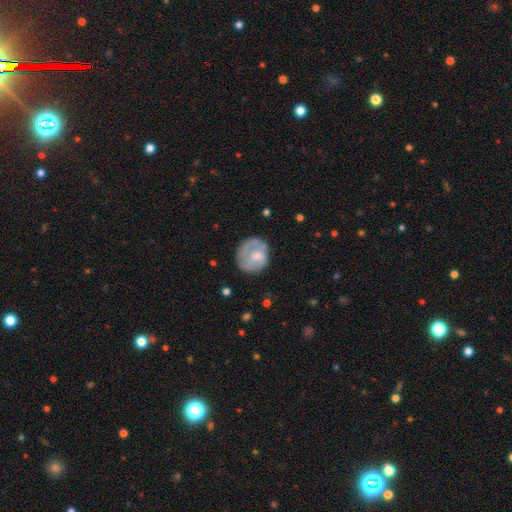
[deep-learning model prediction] This is possibly a smooth galaxy (55%). How rounded: likely round (77%). Merging: likely none (60%).